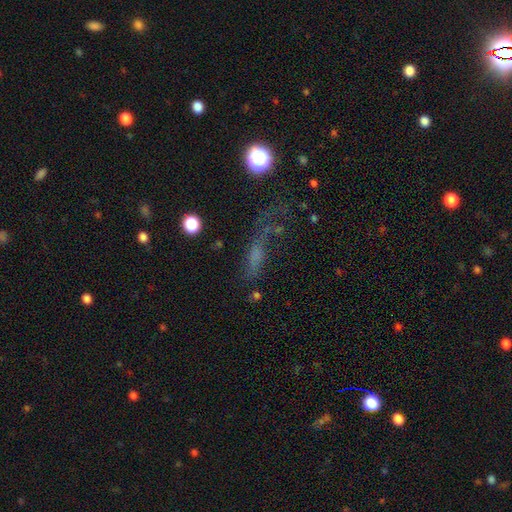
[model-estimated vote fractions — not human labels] smooth-or-featured: smooth: 45% | featured or disk: 30% | star or artifact: 25%
  merging: none: 41% | major disturbance: 33% | minor disturbance: 19% | merger: 7%